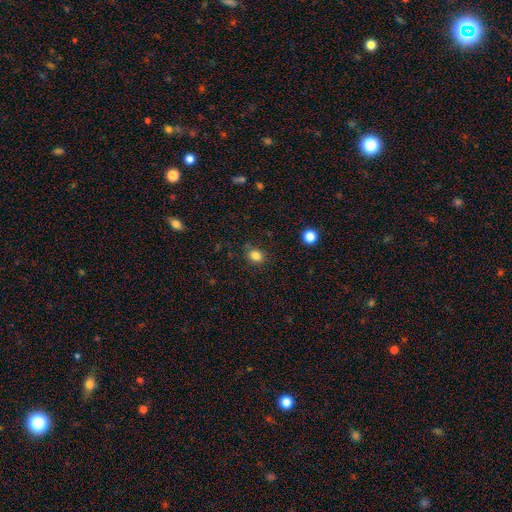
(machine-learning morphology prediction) A smooth galaxy with no disk features (83%) that is round (51%).

Vote fractions:
- Smooth or featured? smooth: 83% / star or artifact: 12% / featured or disk: 5%
- How rounded? round: 51% / in between: 48% / cigar-shaped: 1%
- Merging? none: 82% / minor disturbance: 13% / major disturbance: 3% / merger: 2%